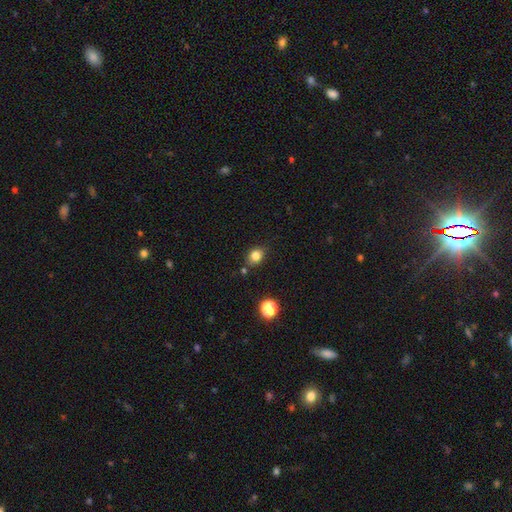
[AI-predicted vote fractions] The model was most divided on "how rounded": round: 60%, in between: 39%, cigar-shaped: 1%. More confident: smooth or featured — smooth (82%); merging — none (79%).